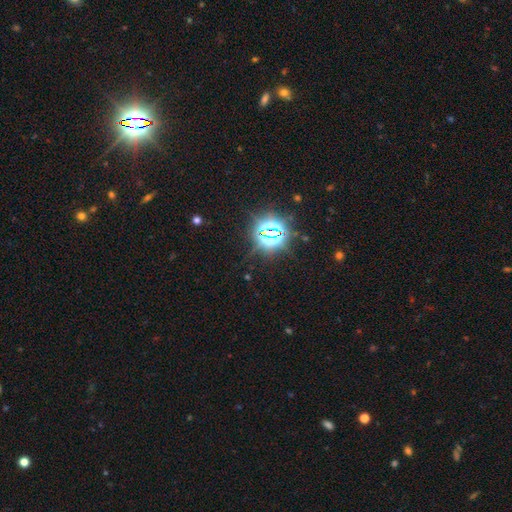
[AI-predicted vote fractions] smooth-or-featured: star or artifact: 83% | smooth: 11% | featured or disk: 6%